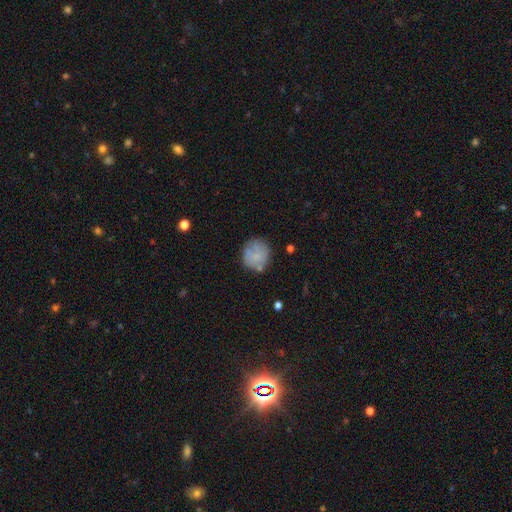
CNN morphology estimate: Smooth or featured: smooth — 65% (featured or disk — 26%)
How rounded: round — 84% (in between — 15%)
Merging: none — 63% (minor disturbance — 21%)